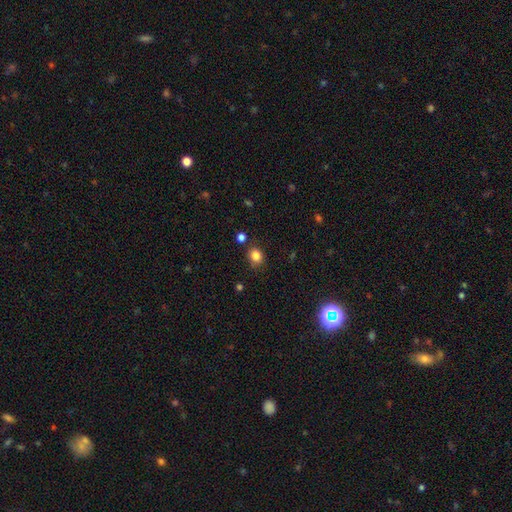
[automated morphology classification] This appears to be a smooth galaxy with no disk features (83%) that is round (66%). Merging: none (80%).